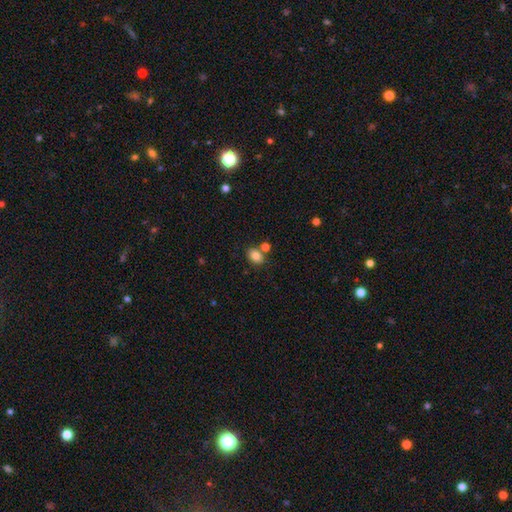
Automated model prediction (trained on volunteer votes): smooth-or-featured: smooth: 83% | star or artifact: 10% | featured or disk: 7%
  how-rounded: in between: 65% | round: 34% | cigar-shaped: 1%
  merging: none: 68% | merger: 18% | minor disturbance: 11% | major disturbance: 3%